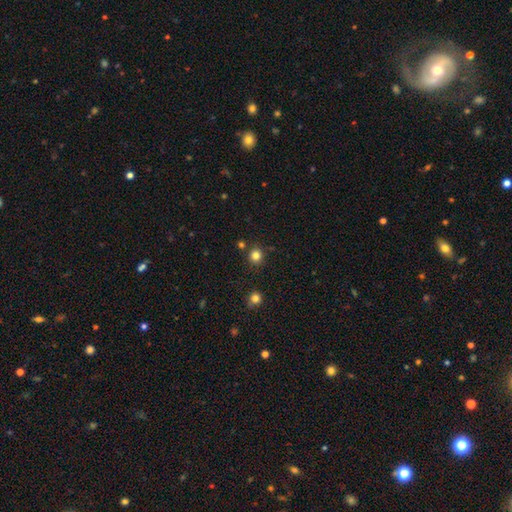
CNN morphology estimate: A smooth galaxy with no disk features (81%) that is round (89%).

Vote fractions:
- Smooth or featured? smooth: 81% / star or artifact: 14% / featured or disk: 5%
- How rounded? round: 89% / in between: 10% / cigar-shaped: 1%
- Merging? none: 85% / minor disturbance: 8% / merger: 5% / major disturbance: 2%